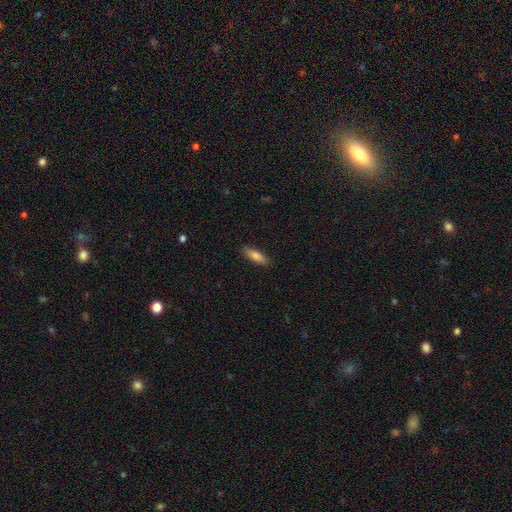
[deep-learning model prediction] This is likely a smooth galaxy (78%). How rounded: possibly cigar-shaped (53%). Merging: clearly none (88%).